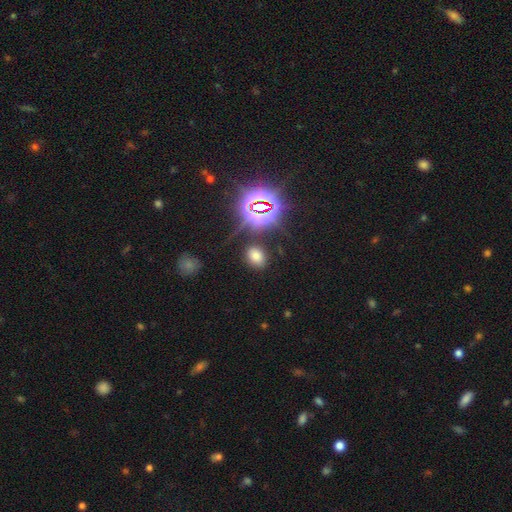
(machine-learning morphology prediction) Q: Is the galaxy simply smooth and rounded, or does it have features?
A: smooth — 62%.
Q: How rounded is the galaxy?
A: in between — 69%.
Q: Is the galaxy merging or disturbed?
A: none — 82%.